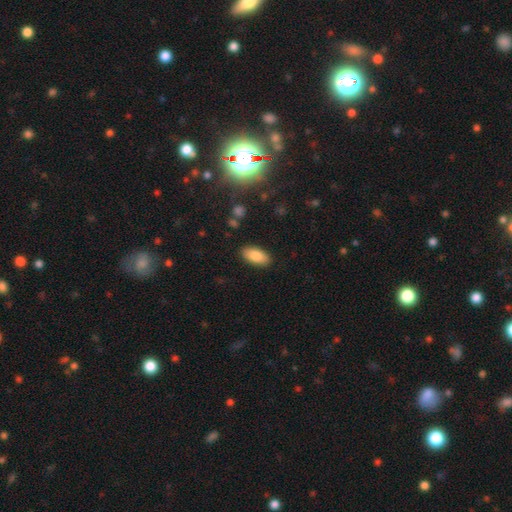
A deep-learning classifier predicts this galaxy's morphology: smooth-or-featured: smooth: 86% | star or artifact: 7% | featured or disk: 7%
  how-rounded: in between: 91% | cigar-shaped: 6% | round: 2%
  merging: none: 88% | minor disturbance: 8% | major disturbance: 2% | merger: 1%